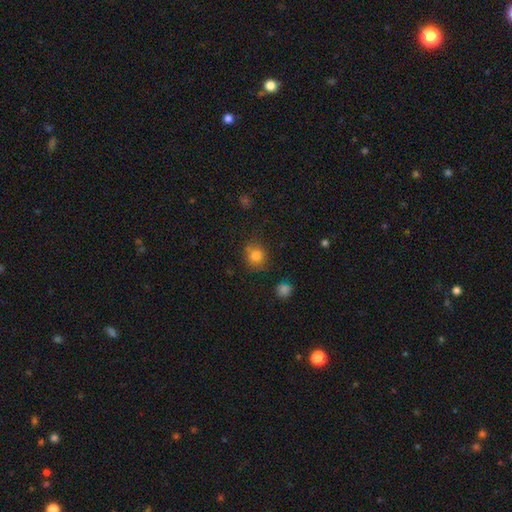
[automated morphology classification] Smooth or featured? Predicted: smooth (p=0.81). How rounded? Predicted: round (p=0.83). Merging? Predicted: none (p=0.78).